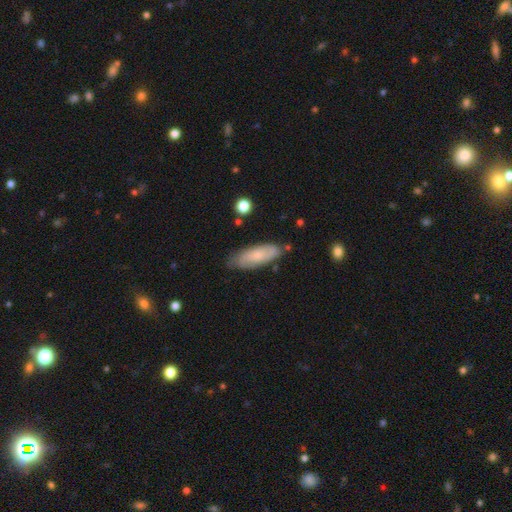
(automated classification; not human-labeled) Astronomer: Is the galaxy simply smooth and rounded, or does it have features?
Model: smooth — 54% (runner-up: featured or disk, 39%).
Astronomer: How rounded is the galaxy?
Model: in between — 58% (runner-up: cigar-shaped, 40%).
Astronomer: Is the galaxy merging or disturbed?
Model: none — 76%.